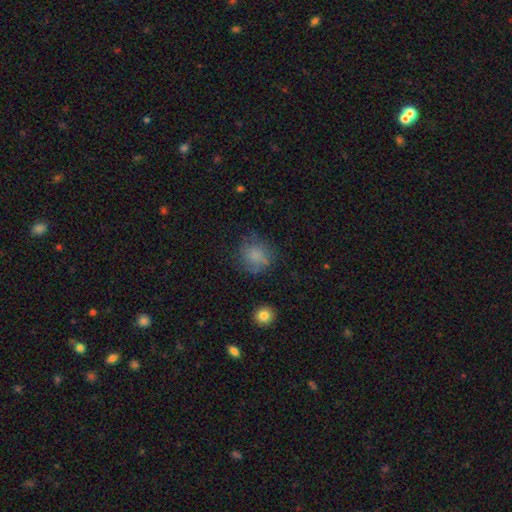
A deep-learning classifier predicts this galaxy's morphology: A smooth galaxy with no disk features (75%) that is round (80%). Merging: none (66%).